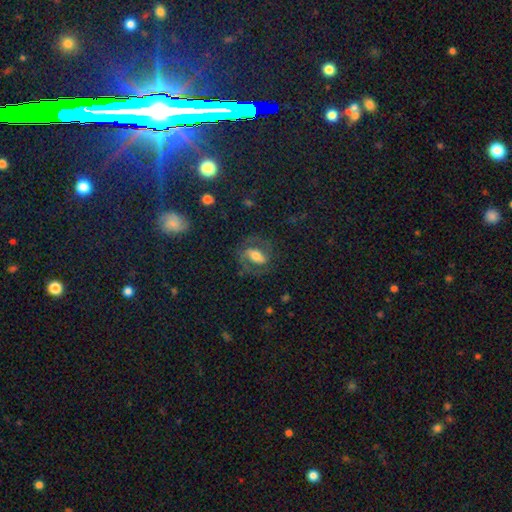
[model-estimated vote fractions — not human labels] Smooth or featured? Predicted: featured or disk (p=0.53). Edge-on disk? Predicted: no (p=0.90). Merging? Predicted: none (p=0.65).